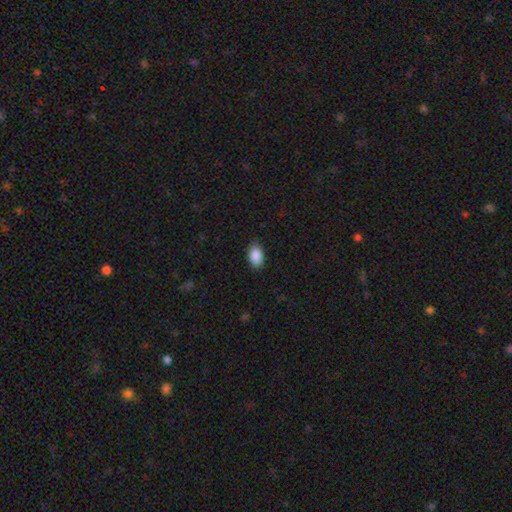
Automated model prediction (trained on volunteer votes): A smooth galaxy with no disk features (90%) that is in between round and cigar-shaped (92%).

Vote fractions:
- Smooth or featured? smooth: 90% / star or artifact: 7% / featured or disk: 3%
- How rounded? in between: 92% / round: 7% / cigar-shaped: 1%
- Merging? none: 86% / minor disturbance: 11% / major disturbance: 2% / merger: 1%